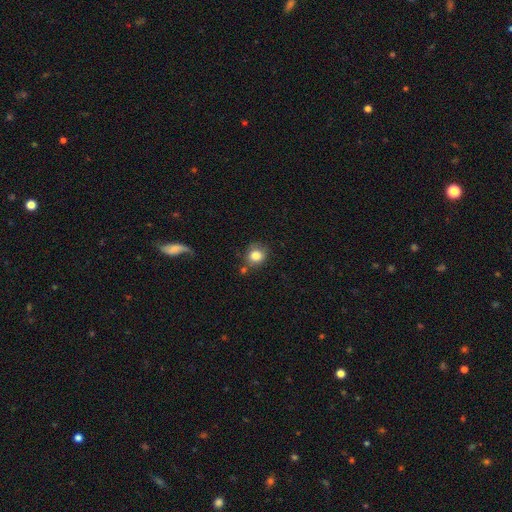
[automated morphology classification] Smooth or featured? Predicted: smooth (p=0.83). How rounded? Predicted: round (p=0.79). Merging? Predicted: none (p=0.67).